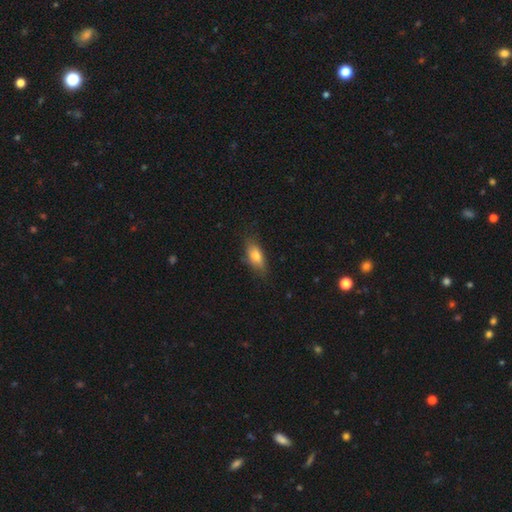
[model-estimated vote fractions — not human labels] smooth 75%, featured or disk 17%, star or artifact 8%. Down the decision tree: how rounded — in between (80%); merging — none (75%).